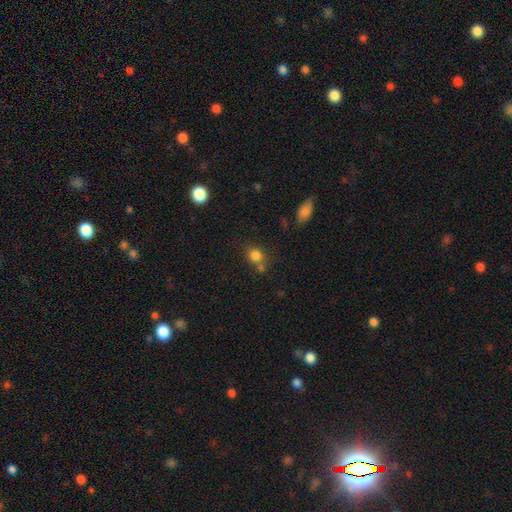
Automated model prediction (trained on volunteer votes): A smooth galaxy with no disk features (80%) that is round (65%).

Vote fractions:
- Smooth or featured? smooth: 80% / star or artifact: 13% / featured or disk: 7%
- How rounded? round: 65% / in between: 33% / cigar-shaped: 1%
- Merging? none: 54% / merger: 25% / minor disturbance: 15% / major disturbance: 6%